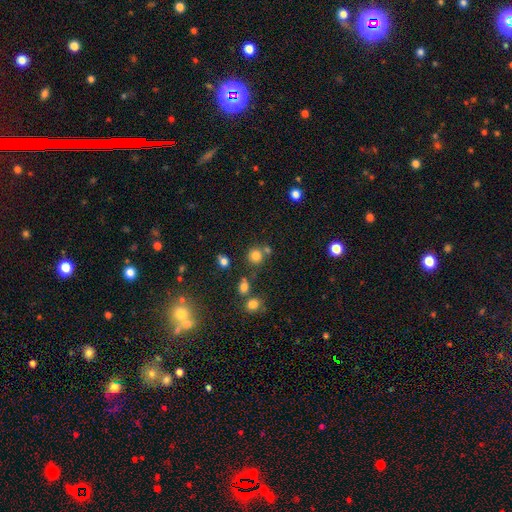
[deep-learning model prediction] The model was most divided on "merging": none: 69%, merger: 18%, minor disturbance: 10%, major disturbance: 4%. More confident: how rounded — round (88%); smooth or featured — smooth (77%).